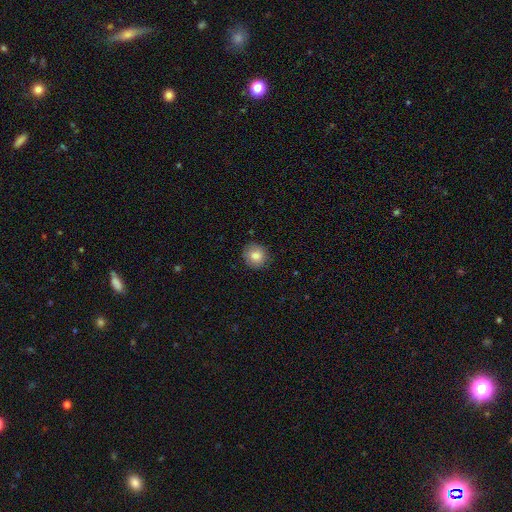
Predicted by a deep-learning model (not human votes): Smooth or featured? smooth (83%)
How rounded? round (90%)
Merging? none (88%)